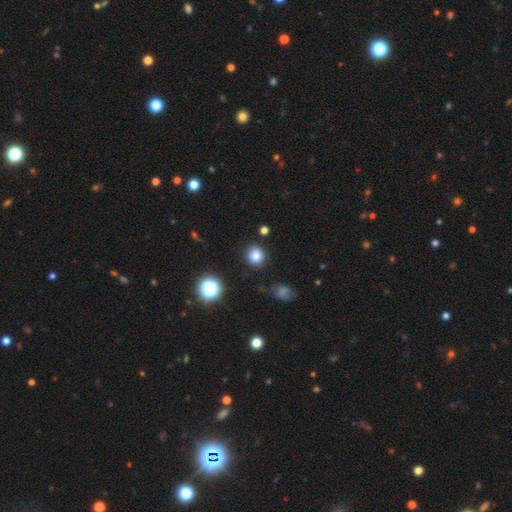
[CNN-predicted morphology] smooth_or_featured: smooth (p=0.81) [alt: star or artifact p=0.14]
how_rounded: round (p=0.90) [alt: in between p=0.09]
merging: none (p=0.86) [alt: minor disturbance p=0.09]